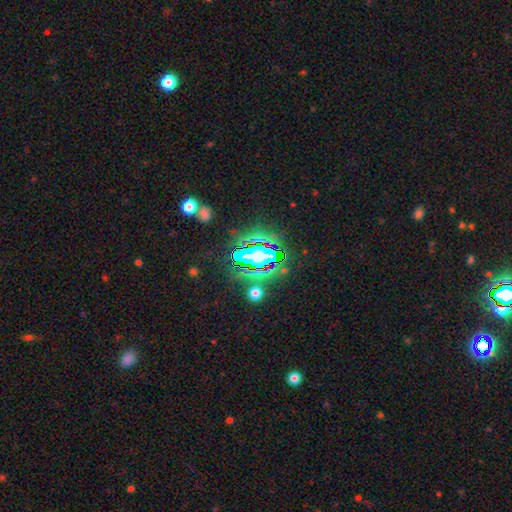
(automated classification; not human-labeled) smooth_or_featured: star or artifact (p=0.68) [alt: smooth p=0.19]